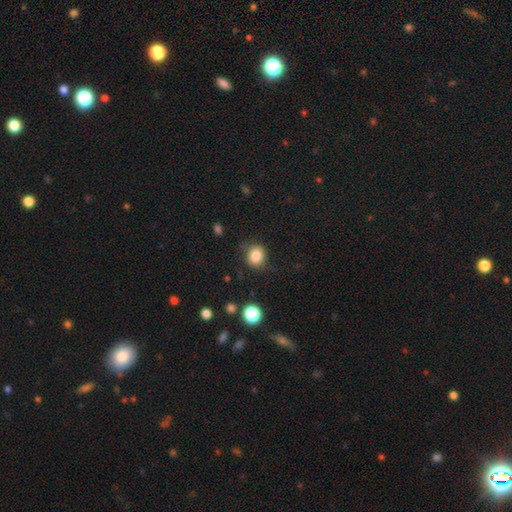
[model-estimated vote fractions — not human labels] Q: Smooth or featured?
A: smooth (83%); runner-up: star or artifact (11%)
Q: How rounded?
A: round (72%); runner-up: in between (27%)
Q: Merging?
A: none (76%); runner-up: minor disturbance (18%)